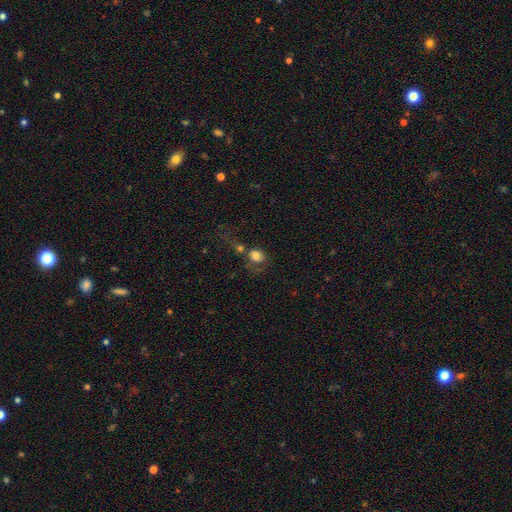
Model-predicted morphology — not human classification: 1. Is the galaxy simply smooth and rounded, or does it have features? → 71% smooth, 17% featured or disk, 12% star or artifact.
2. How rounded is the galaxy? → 57% round, 41% in between, 1% cigar-shaped.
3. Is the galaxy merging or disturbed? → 34% merger, 27% none, 25% major disturbance, 14% minor disturbance.